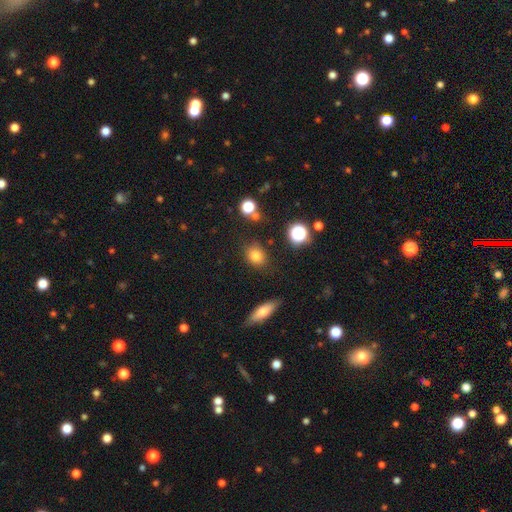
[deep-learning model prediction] Smooth or featured? smooth (79%)
How rounded? round (51%)
Merging? none (79%)